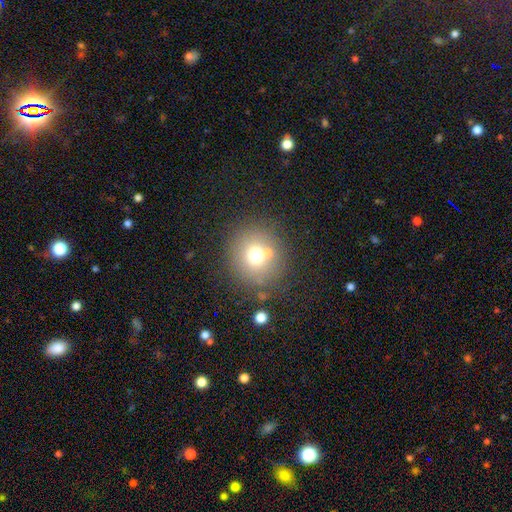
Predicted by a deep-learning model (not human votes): A smooth galaxy with no disk features (67%) that is round (90%).

Vote fractions:
- Smooth or featured? smooth: 67% / star or artifact: 17% / featured or disk: 16%
- How rounded? round: 90% / in between: 9% / cigar-shaped: 1%
- Merging? none: 71% / merger: 15% / minor disturbance: 10% / major disturbance: 4%